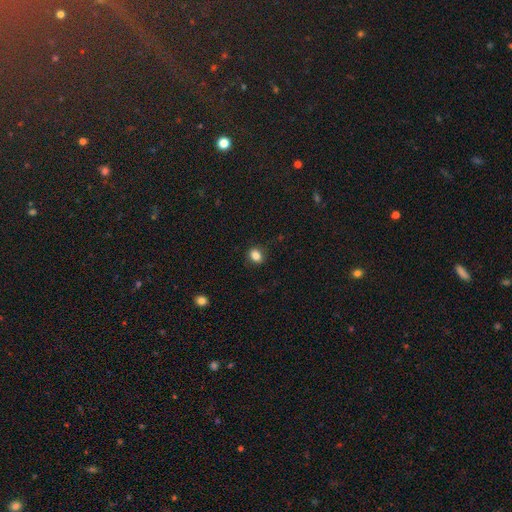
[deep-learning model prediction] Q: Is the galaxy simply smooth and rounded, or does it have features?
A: smooth — 84%.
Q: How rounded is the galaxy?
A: in between — 57%.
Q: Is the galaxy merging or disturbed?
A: none — 85%.